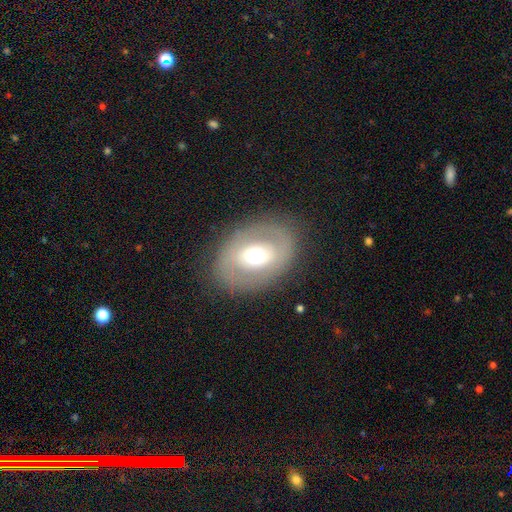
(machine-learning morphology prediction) type=featured or disk (49%); merging=none (81%).